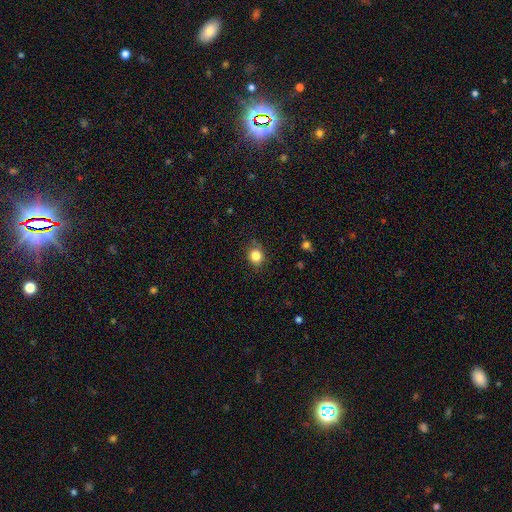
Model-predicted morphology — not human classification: smooth-or-featured: smooth: 83% | star or artifact: 11% | featured or disk: 6%
  how-rounded: round: 74% | in between: 25% | cigar-shaped: 1%
  merging: none: 82% | minor disturbance: 14% | major disturbance: 3% | merger: 1%